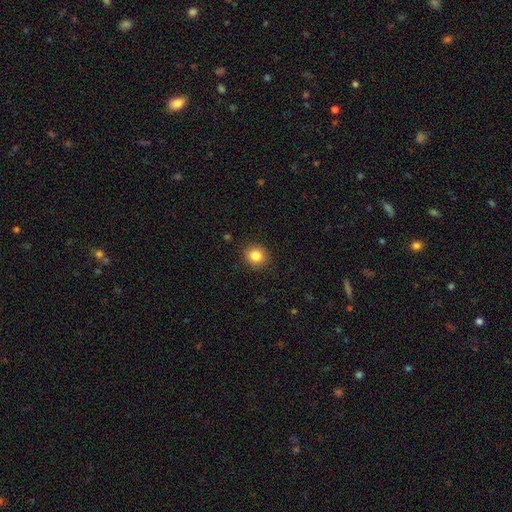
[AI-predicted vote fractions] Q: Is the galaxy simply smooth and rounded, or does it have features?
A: smooth — 85%.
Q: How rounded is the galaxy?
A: round — 87%.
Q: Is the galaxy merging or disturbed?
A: none — 90%.